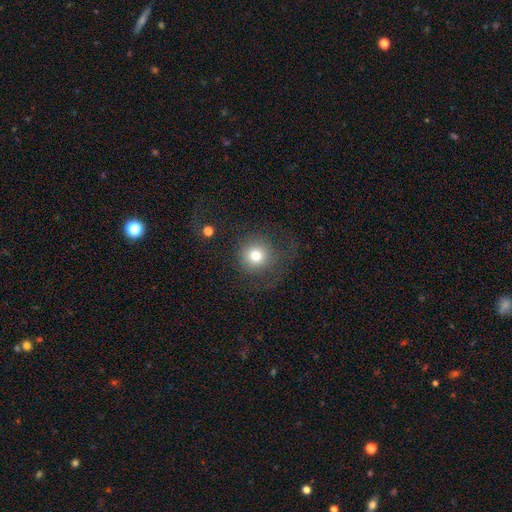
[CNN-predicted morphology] Smooth or featured? smooth (76%)
How rounded? round (94%)
Merging? none (68%)